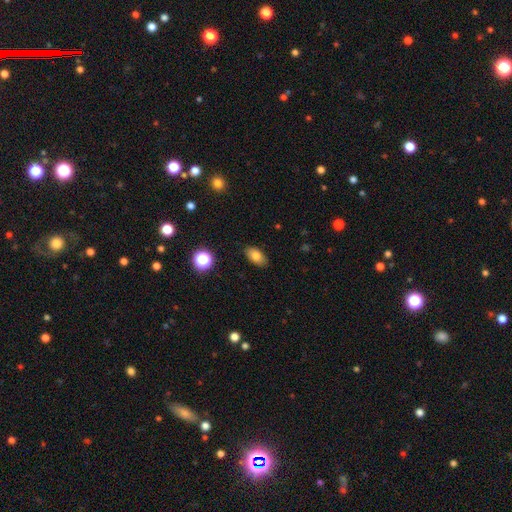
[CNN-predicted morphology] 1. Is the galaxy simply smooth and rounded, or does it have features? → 79% smooth, 11% featured or disk, 10% star or artifact.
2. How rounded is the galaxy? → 90% in between, 7% round, 3% cigar-shaped.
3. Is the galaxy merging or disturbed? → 88% none, 9% minor disturbance, 2% major disturbance, 1% merger.